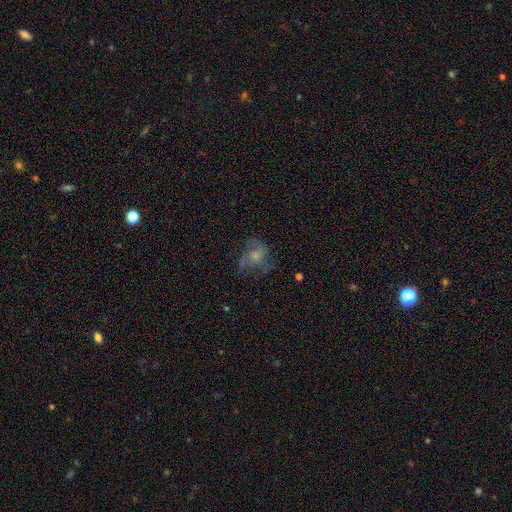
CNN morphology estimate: Smooth or featured? Predicted: featured or disk (p=0.45). Merging? Predicted: none (p=0.47).